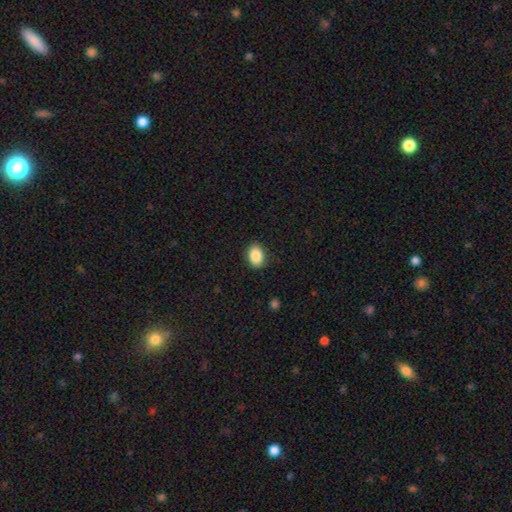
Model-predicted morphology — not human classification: smooth 89%, star or artifact 7%, featured or disk 3%. Down the decision tree: how rounded — in between (78%); merging — none (87%).